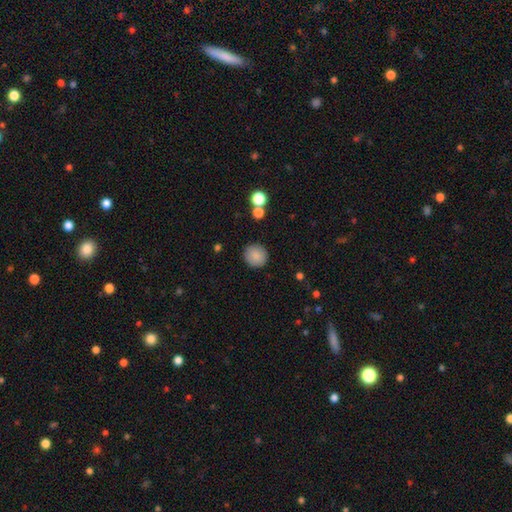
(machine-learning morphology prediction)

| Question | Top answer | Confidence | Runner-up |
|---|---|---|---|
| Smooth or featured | smooth | 86% | star or artifact (8%) |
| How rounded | round | 92% | in between (7%) |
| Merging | none | 90% | minor disturbance (6%) |